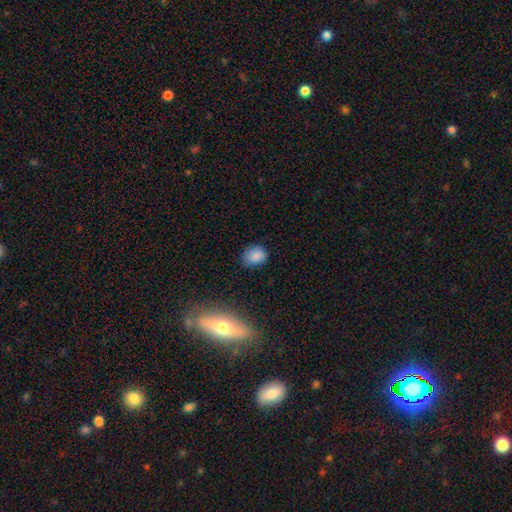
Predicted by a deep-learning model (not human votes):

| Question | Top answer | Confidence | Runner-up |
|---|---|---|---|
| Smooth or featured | smooth | 83% | star or artifact (11%) |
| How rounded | round | 57% | in between (42%) |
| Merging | none | 76% | minor disturbance (19%) |